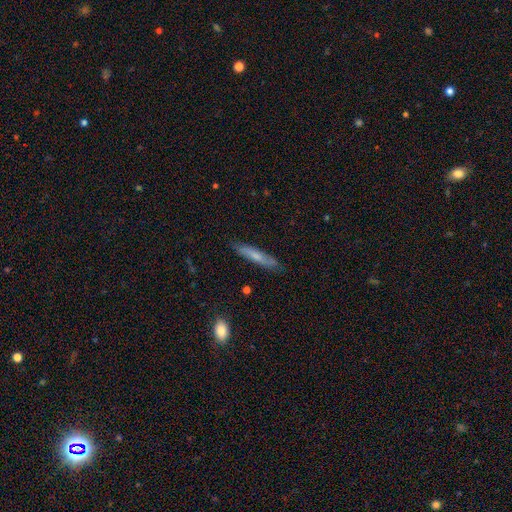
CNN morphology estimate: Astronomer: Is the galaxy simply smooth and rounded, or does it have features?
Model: smooth — 61%.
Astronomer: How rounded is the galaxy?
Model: cigar-shaped — 90%.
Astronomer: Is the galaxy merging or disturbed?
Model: none — 85%.